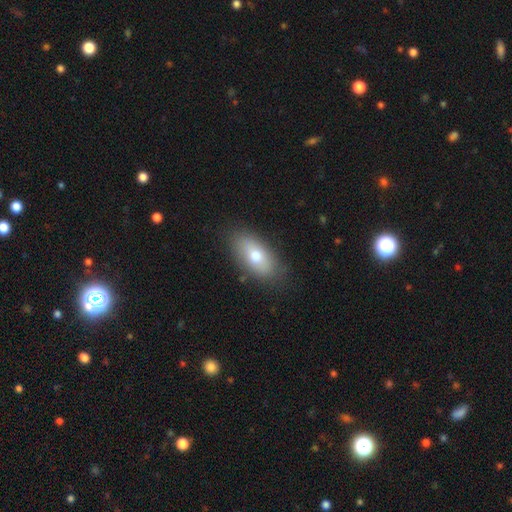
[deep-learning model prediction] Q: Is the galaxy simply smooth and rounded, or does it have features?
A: smooth — 72%.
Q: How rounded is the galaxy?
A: in between — 89%.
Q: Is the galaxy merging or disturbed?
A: none — 83%.